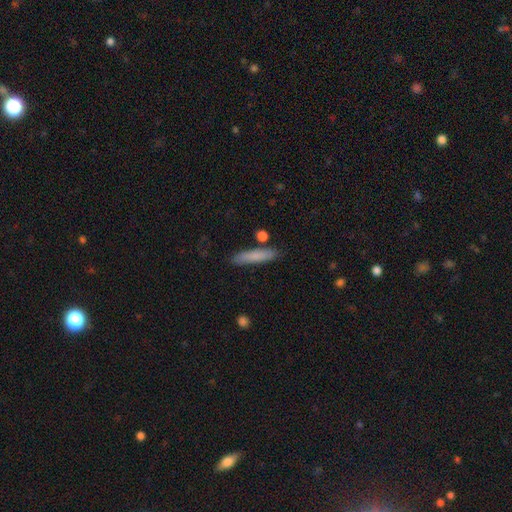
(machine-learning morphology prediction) A smooth galaxy with no disk features (80%) that is cigar-shaped (86%). Merging: none (83%).